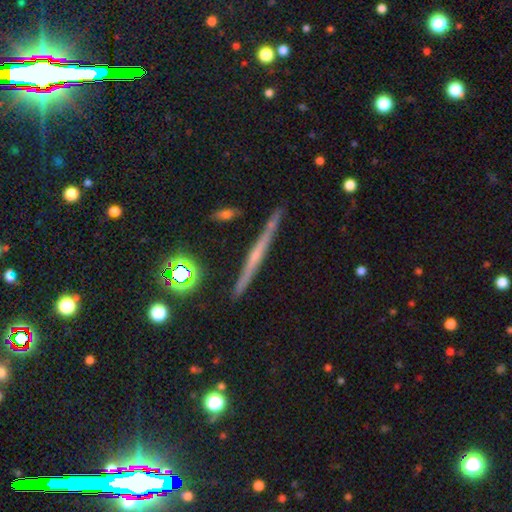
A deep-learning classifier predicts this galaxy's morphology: A featured or disk galaxy (59%) viewed edge-on (97%) with no central bulge (67%).

Vote fractions:
- Smooth or featured? featured or disk: 59% / smooth: 28% / star or artifact: 13%
- Edge-on disk? yes: 97% / no: 3%
- Edge-on bulge? none: 67% / rounded: 24% / boxy: 9%
- Merging? none: 88% / minor disturbance: 8% / merger: 2% / major disturbance: 2%